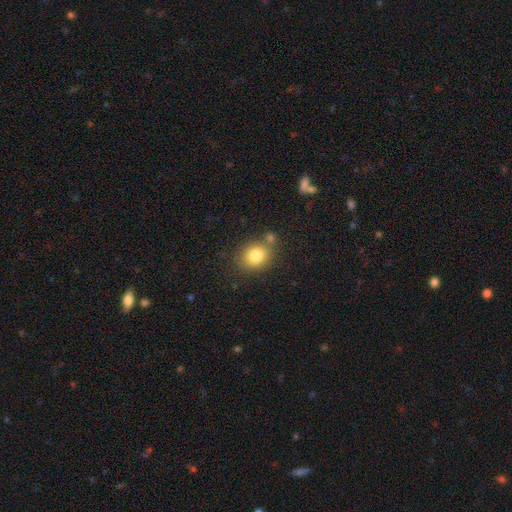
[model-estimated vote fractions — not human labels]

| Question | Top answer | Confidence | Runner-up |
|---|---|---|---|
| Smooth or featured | smooth | 81% | star or artifact (10%) |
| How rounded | round | 54% | in between (45%) |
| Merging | none | 70% | minor disturbance (14%) |